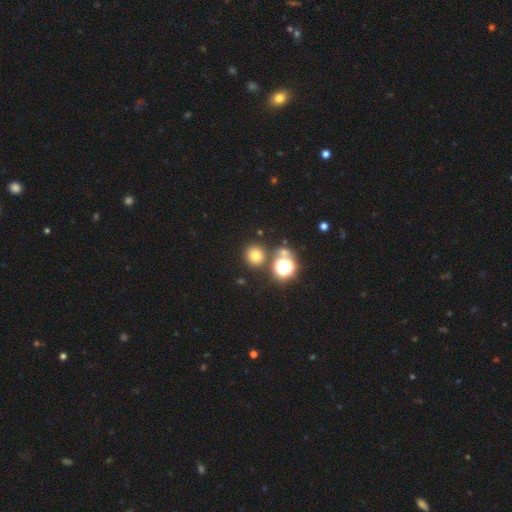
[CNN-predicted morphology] The model was most divided on "smooth or featured": smooth: 71%, star or artifact: 22%, featured or disk: 7%. More confident: how rounded — round (90%); merging — none (82%).